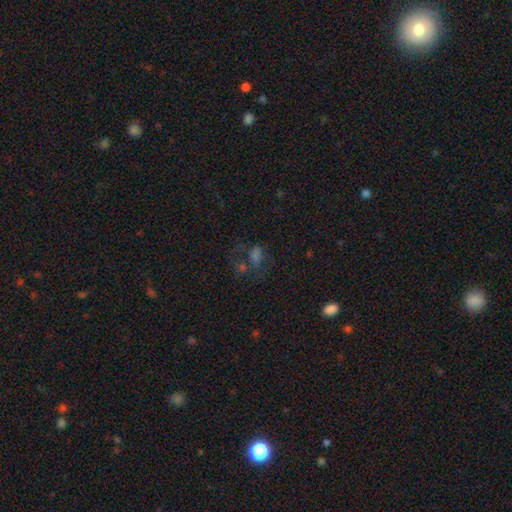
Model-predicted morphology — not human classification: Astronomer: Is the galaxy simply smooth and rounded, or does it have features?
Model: smooth — 44% (runner-up: star or artifact, 35%).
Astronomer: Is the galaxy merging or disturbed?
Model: none — 39% (runner-up: major disturbance, 28%).